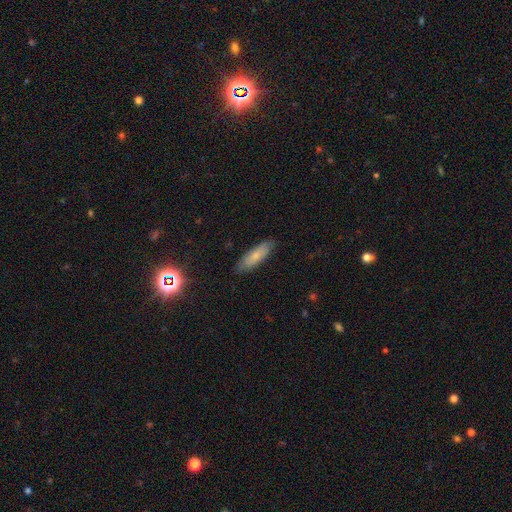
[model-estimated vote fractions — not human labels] A smooth galaxy with no disk features (72%) that is in between round and cigar-shaped (49%, tied with cigar-shaped). Merging: none (83%).